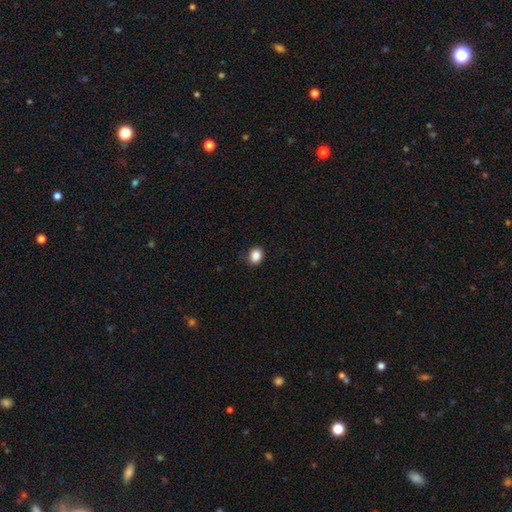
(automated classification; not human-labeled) A smooth galaxy with no disk features (87%) that is round (53%).

Vote fractions:
- Smooth or featured? smooth: 87% / star or artifact: 10% / featured or disk: 3%
- How rounded? round: 53% / in between: 46% / cigar-shaped: 1%
- Merging? none: 87% / minor disturbance: 10% / major disturbance: 2% / merger: 1%